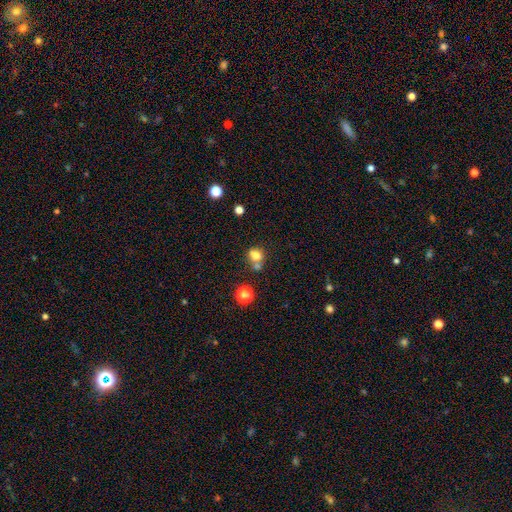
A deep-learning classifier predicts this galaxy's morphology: smooth_or_featured: smooth (p=0.75) [alt: star or artifact p=0.14]
how_rounded: round (p=0.65) [alt: in between p=0.34]
merging: none (p=0.47) [alt: merger p=0.36]